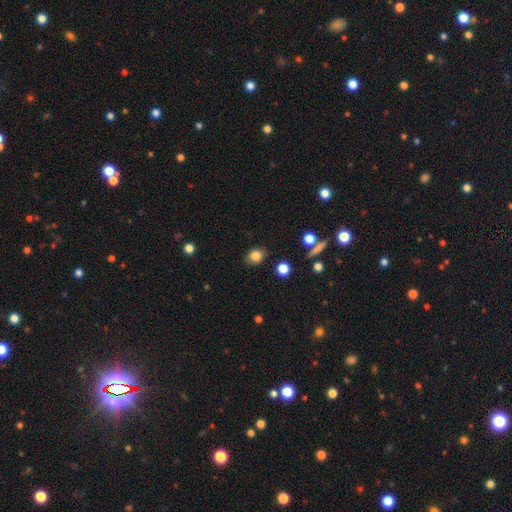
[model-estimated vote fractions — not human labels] Smooth or featured?
  - smooth: 82% *
  - star or artifact: 11%
  - featured or disk: 6%
How rounded?
  - round: 55% *
  - in between: 43%
  - cigar-shaped: 1%
Merging?
  - none: 85% *
  - minor disturbance: 10%
  - major disturbance: 3%
  - merger: 2%